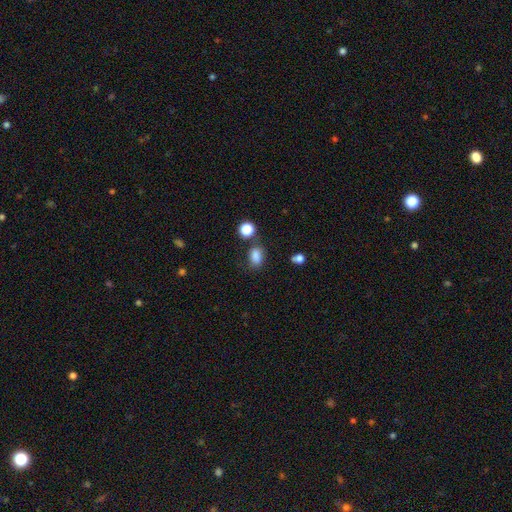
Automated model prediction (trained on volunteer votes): smooth_or_featured: smooth (p=0.83) [alt: star or artifact p=0.12]
how_rounded: in between (p=0.74) [alt: round p=0.24]
merging: none (p=0.66) [alt: minor disturbance p=0.18]